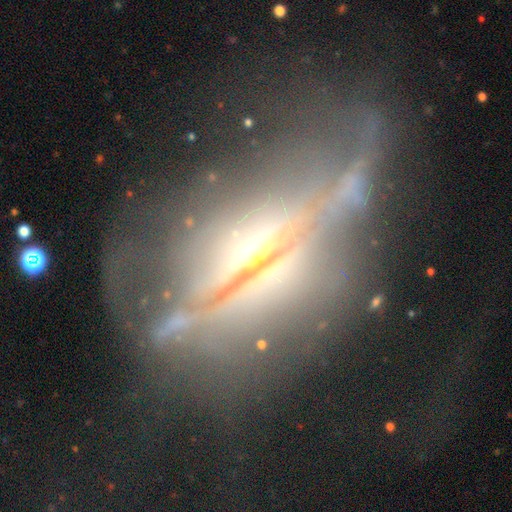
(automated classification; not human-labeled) Smooth or featured: featured or disk — 73% (smooth — 14%)
Edge-on disk: yes — 52% (no — 48%)
Merging: major disturbance — 41% (none — 34%)